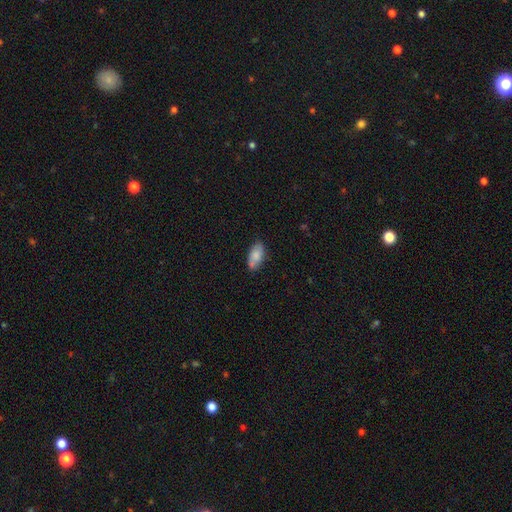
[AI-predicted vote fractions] Smooth or featured: smooth — 79% (featured or disk — 14%)
How rounded: in between — 90% (cigar-shaped — 7%)
Merging: none — 69% (minor disturbance — 20%)